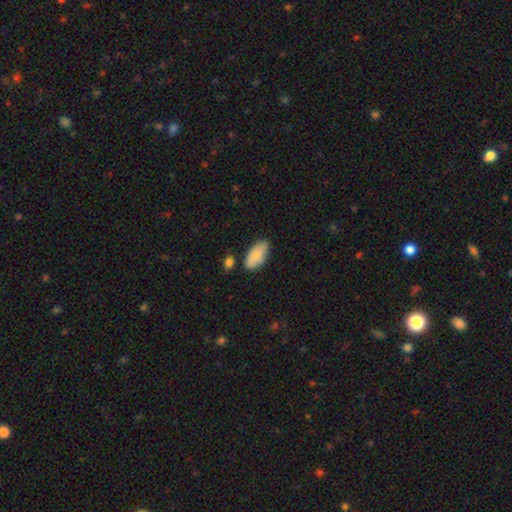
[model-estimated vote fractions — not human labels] Smooth or featured? Predicted: smooth (p=0.84). How rounded? Predicted: in between (p=0.93). Merging? Predicted: none (p=0.74).